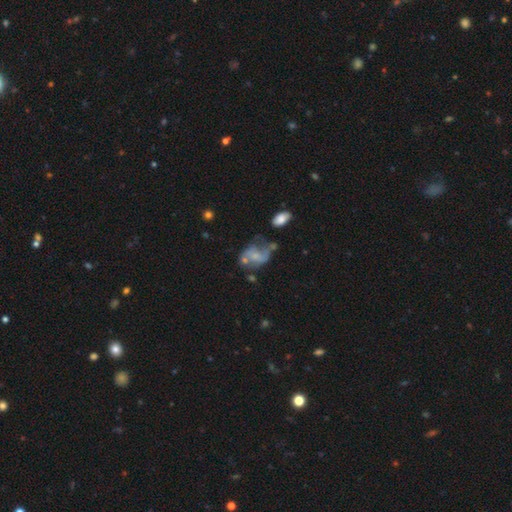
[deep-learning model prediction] Smooth or featured? Predicted: featured or disk (p=0.51). Edge-on disk? Predicted: no (p=0.97). Merging? Predicted: none (p=0.29, tied with major disturbance).